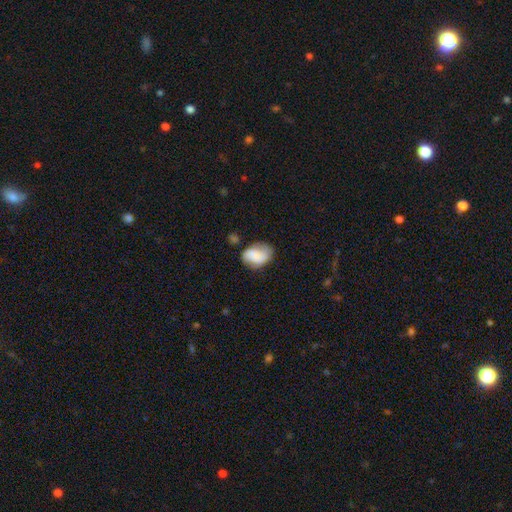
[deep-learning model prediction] A smooth galaxy with no disk features (66%) that is in between round and cigar-shaped (78%). Merging: none (52%).